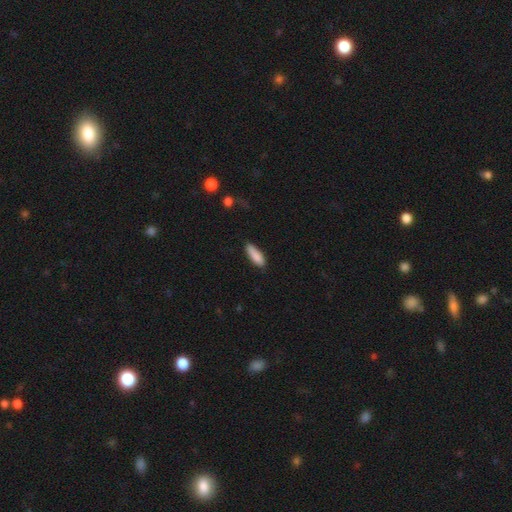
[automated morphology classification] A smooth galaxy with no disk features (88%) that is in between round and cigar-shaped (50%). Merging: none (79%).